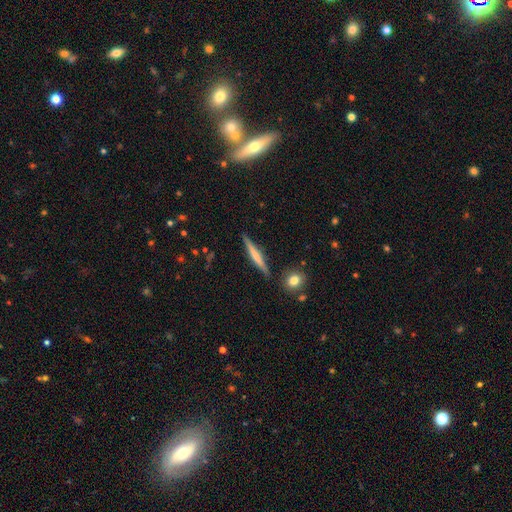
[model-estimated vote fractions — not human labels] This appears to be a featured or disk galaxy (47%, tied with smooth). Merging: none (88%).